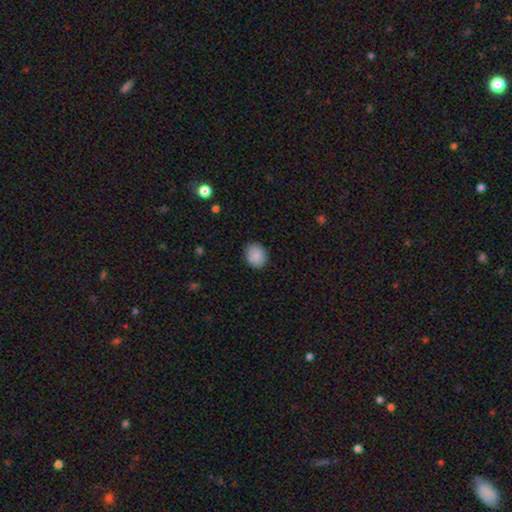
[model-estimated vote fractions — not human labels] Overall: smooth (89%). How rounded: round (68%; in between 31%). Merging: none (88%).